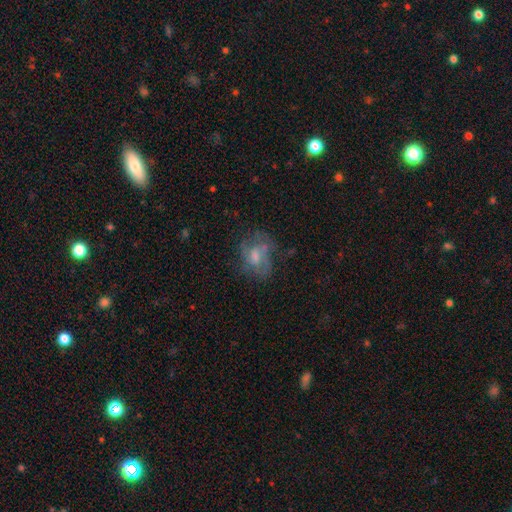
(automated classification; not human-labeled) The model was most divided on "bulge size": moderate: 46%, small: 31%, none: 14%, large: 7%, dominant: 1%. More confident: edge-on disk — no (97%); spiral arms — yes (64%); smooth or featured — featured or disk (57%); merging — none (56%); bar — no (55%).